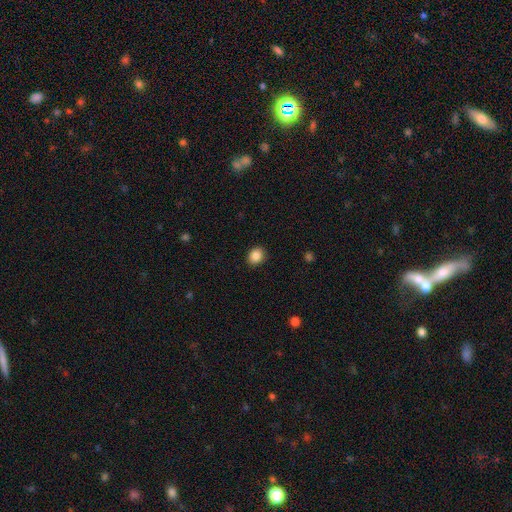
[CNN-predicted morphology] A smooth galaxy with no disk features (87%) that is round (51%).

Vote fractions:
- Smooth or featured? smooth: 87% / star or artifact: 9% / featured or disk: 4%
- How rounded? round: 51% / in between: 49% / cigar-shaped: 1%
- Merging? none: 89% / minor disturbance: 7% / major disturbance: 2% / merger: 1%